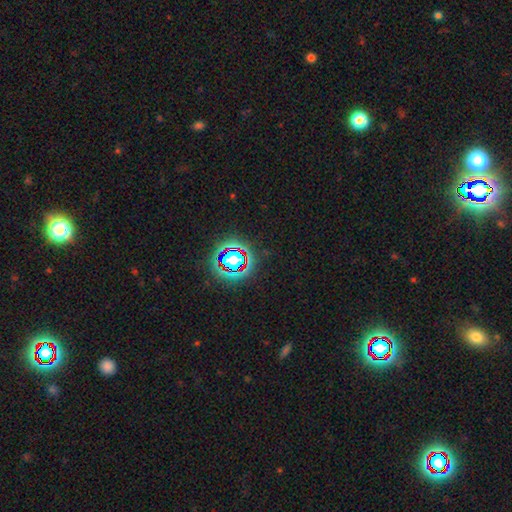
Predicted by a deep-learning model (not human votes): smooth_or_featured: star or artifact (p=0.79) [alt: smooth p=0.12]